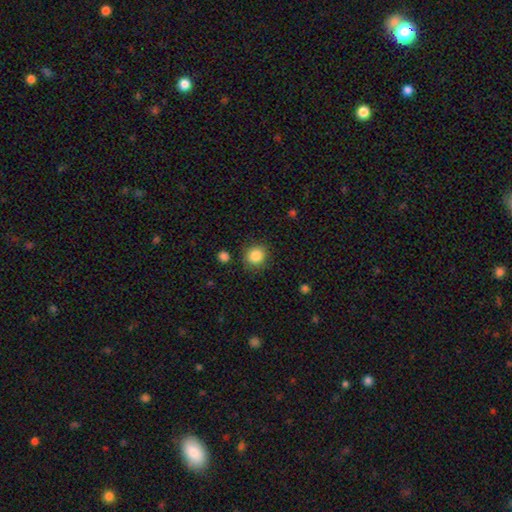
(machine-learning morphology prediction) A smooth galaxy with no disk features (86%) that is round (87%).

Vote fractions:
- Smooth or featured? smooth: 86% / star or artifact: 10% / featured or disk: 4%
- How rounded? round: 87% / in between: 12% / cigar-shaped: 1%
- Merging? none: 85% / minor disturbance: 9% / major disturbance: 3% / merger: 2%